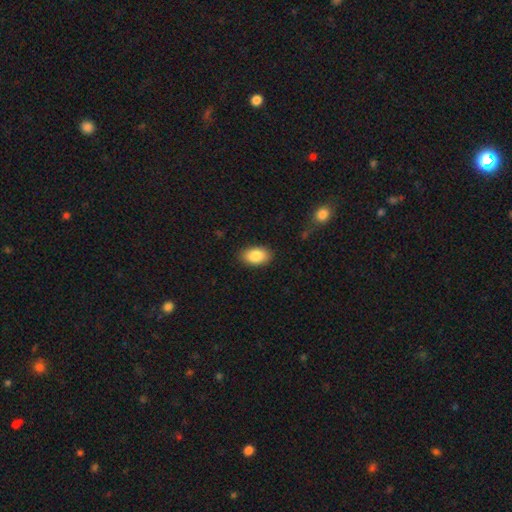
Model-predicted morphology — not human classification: Smooth or featured?
  - smooth: 86% *
  - star or artifact: 7%
  - featured or disk: 7%
How rounded?
  - in between: 92% *
  - round: 7%
  - cigar-shaped: 1%
Merging?
  - none: 87% *
  - minor disturbance: 10%
  - major disturbance: 2%
  - merger: 1%